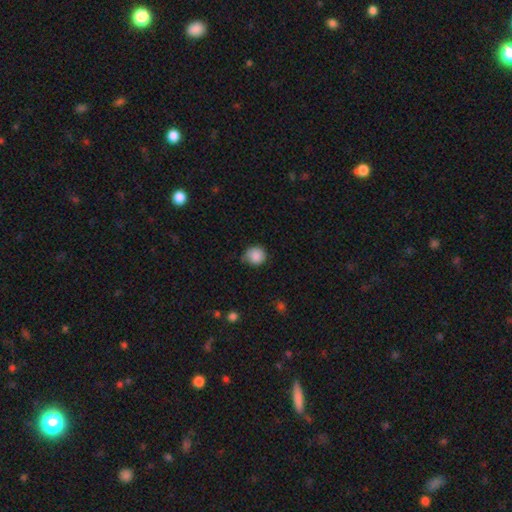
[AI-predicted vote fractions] A smooth galaxy with no disk features (86%) that is round (87%). Merging: none (60%).